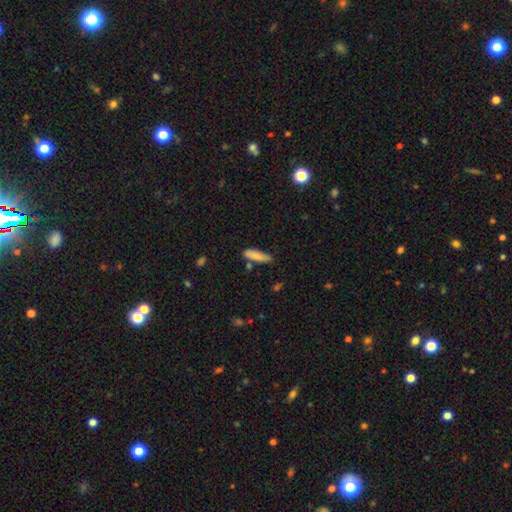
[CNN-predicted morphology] A smooth galaxy with no disk features (83%) that is cigar-shaped (68%). Merging: none (73%).